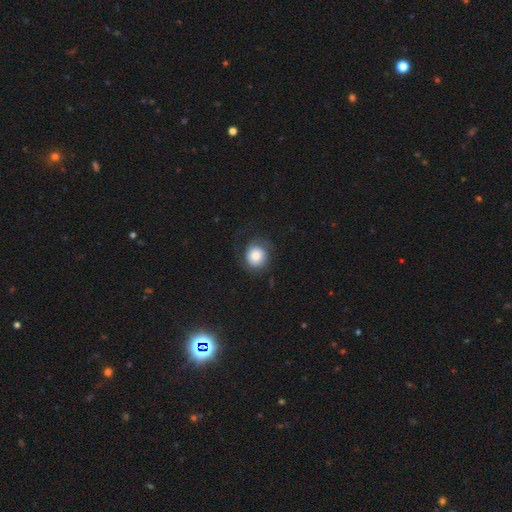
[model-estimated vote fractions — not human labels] Smooth or featured: smooth — 66% (featured or disk — 26%)
How rounded: round — 81% (in between — 18%)
Merging: none — 67% (minor disturbance — 19%)